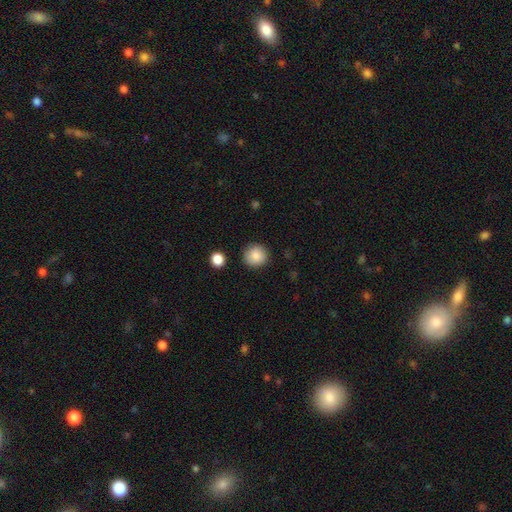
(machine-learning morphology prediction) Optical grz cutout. It shows a smooth galaxy with no disk features (86%) that is round (91%). Merging: none (88%).